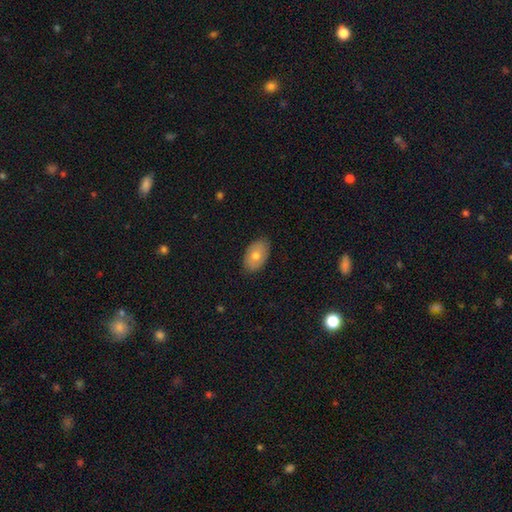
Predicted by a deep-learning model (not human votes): This is likely a smooth galaxy (71%). How rounded: clearly in between (90%). Merging: clearly none (85%).